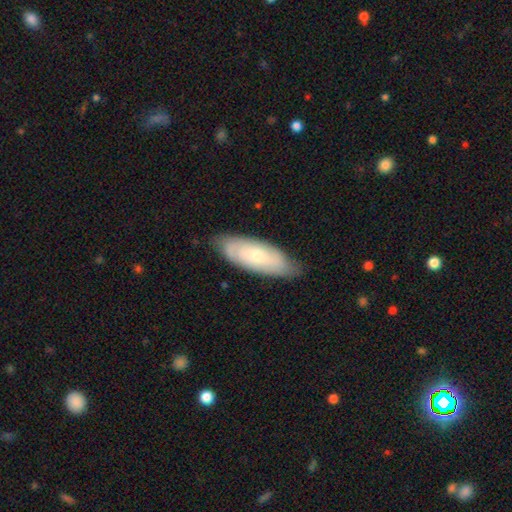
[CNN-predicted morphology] A smooth galaxy with no disk features (48%). Merging: none (76%).